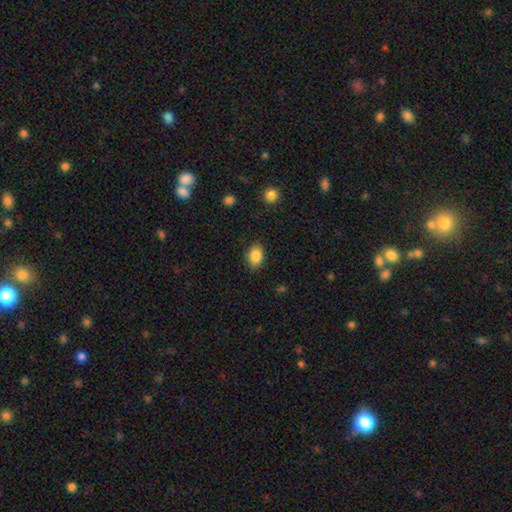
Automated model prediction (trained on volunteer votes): A smooth galaxy with no disk features (86%) that is in between round and cigar-shaped (74%).

Vote fractions:
- Smooth or featured? smooth: 86% / star or artifact: 9% / featured or disk: 5%
- How rounded? in between: 74% / round: 25% / cigar-shaped: 1%
- Merging? none: 83% / minor disturbance: 13% / major disturbance: 3% / merger: 1%